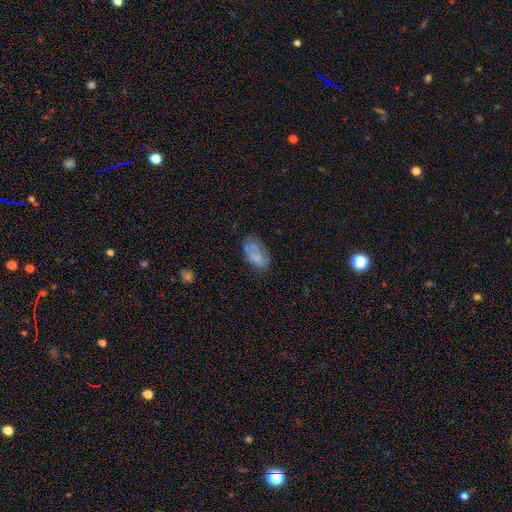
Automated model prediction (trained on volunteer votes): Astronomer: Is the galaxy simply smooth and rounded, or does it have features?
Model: smooth — 58%.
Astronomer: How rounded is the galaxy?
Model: in between — 92%.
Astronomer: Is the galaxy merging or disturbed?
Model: none — 52%.